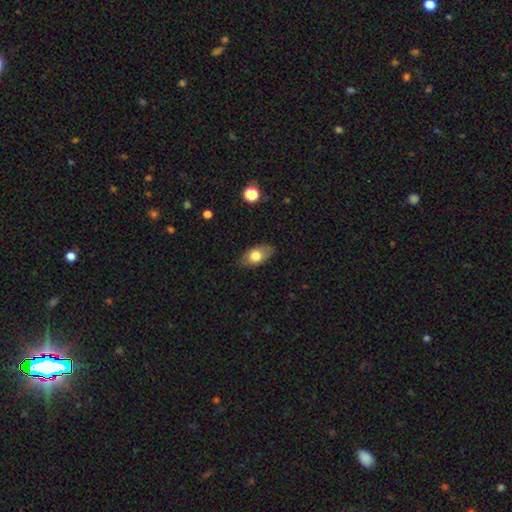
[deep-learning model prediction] Smooth or featured: smooth — 72% (featured or disk — 21%)
How rounded: in between — 89% (round — 8%)
Merging: none — 82% (minor disturbance — 14%)